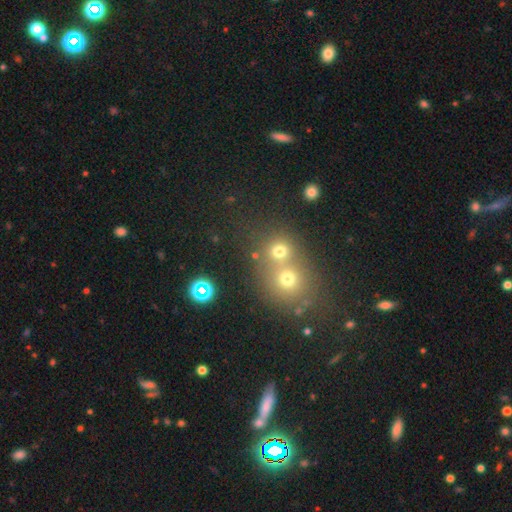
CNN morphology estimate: This appears to be a smooth galaxy with no disk features (63%) that is round (81%). Merging: none (45%, tied with merger).